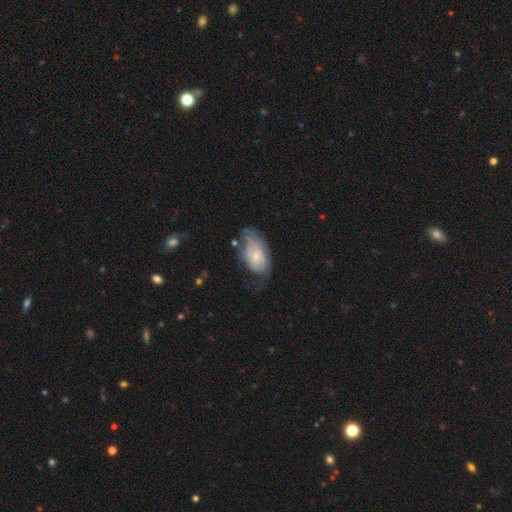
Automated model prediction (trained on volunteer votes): featured or disk 51%, smooth 42%, star or artifact 7%. Down the decision tree: edge-on disk — no (94%); merging — none (37%).